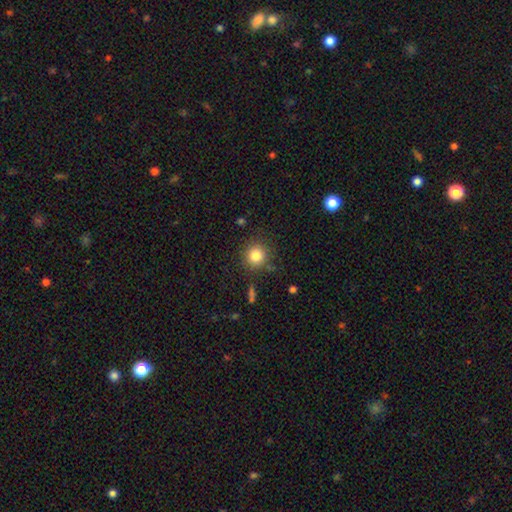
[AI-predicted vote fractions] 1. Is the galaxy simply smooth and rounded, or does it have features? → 83% smooth, 11% star or artifact, 6% featured or disk.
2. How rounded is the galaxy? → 92% round, 7% in between, 1% cigar-shaped.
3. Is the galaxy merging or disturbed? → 85% none, 9% minor disturbance, 3% major disturbance, 3% merger.